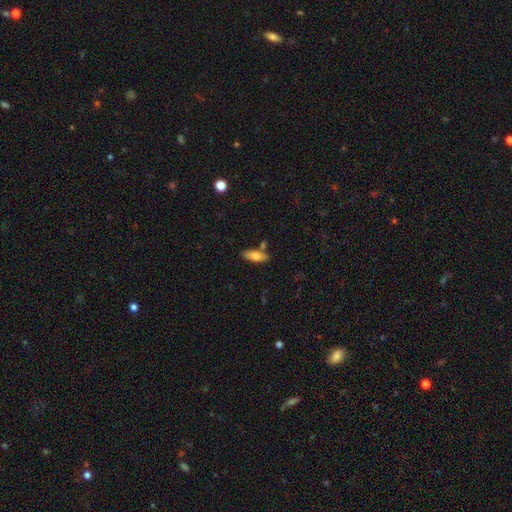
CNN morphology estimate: Q: Smooth or featured?
A: smooth (78%); runner-up: featured or disk (15%)
Q: How rounded?
A: in between (72%); runner-up: cigar-shaped (25%)
Q: Merging?
A: none (70%); runner-up: minor disturbance (15%)